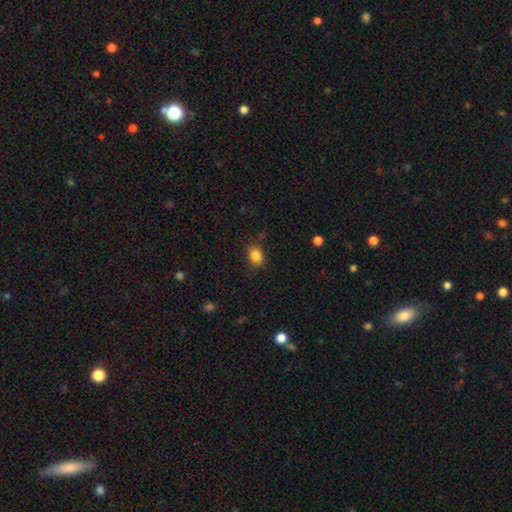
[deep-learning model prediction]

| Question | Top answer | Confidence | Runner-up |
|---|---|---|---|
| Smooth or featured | smooth | 85% | star or artifact (10%) |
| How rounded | in between | 54% | round (45%) |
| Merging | none | 80% | minor disturbance (14%) |